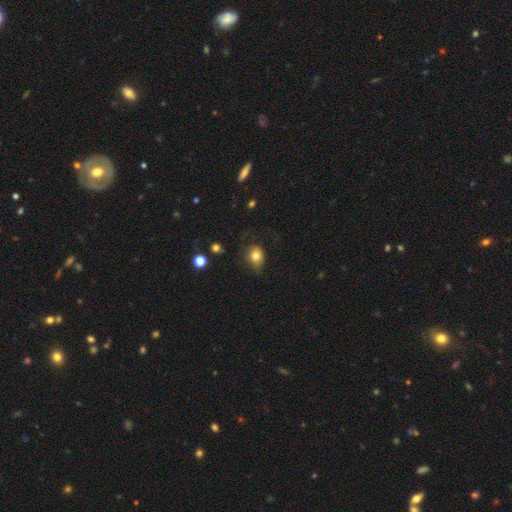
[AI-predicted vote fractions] Morphology: type=smooth (79%); roundness=in between (50%); merging=none (62%).